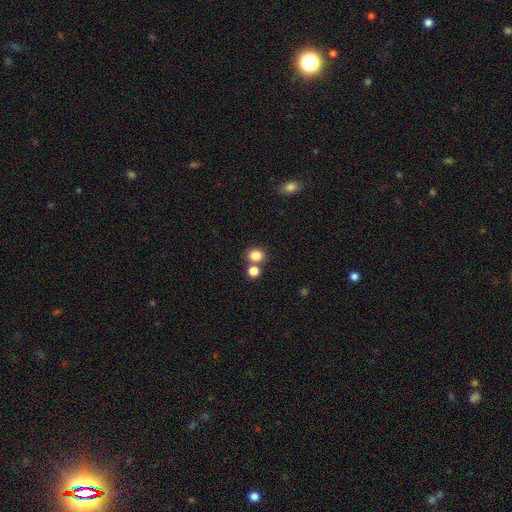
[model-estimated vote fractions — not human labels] smooth_or_featured: smooth (p=0.83) [alt: star or artifact p=0.12]
how_rounded: round (p=0.71) [alt: in between p=0.28]
merging: none (p=0.62) [alt: merger p=0.27]